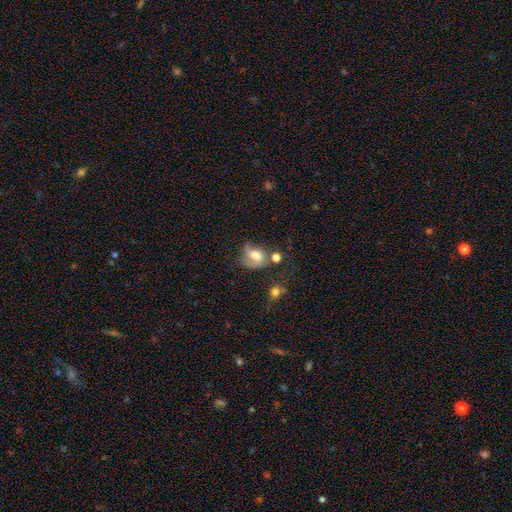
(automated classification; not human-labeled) A smooth galaxy with no disk features (48%).

Vote fractions:
- Smooth or featured? smooth: 48% / featured or disk: 42% / star or artifact: 10%
- Merging? none: 33% / major disturbance: 25% / minor disturbance: 25% / merger: 17%